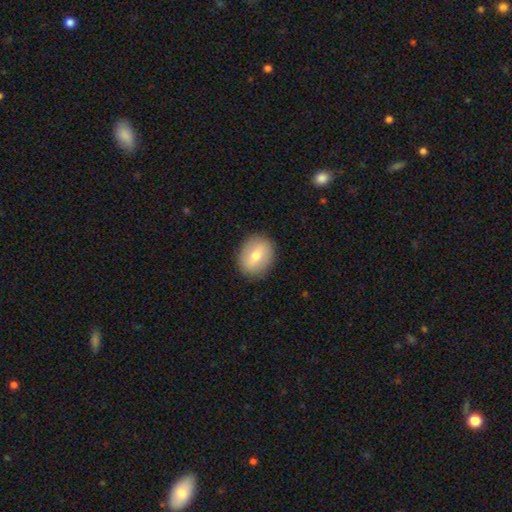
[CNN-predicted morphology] Smooth or featured? Predicted: smooth (p=0.65). How rounded? Predicted: in between (p=0.55). Merging? Predicted: none (p=0.87).